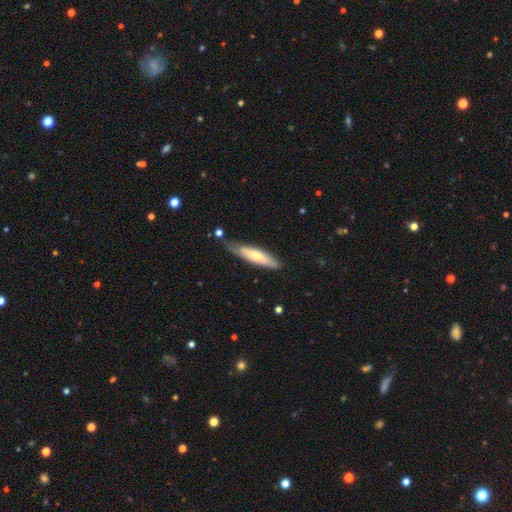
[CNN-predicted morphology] Smooth or featured? Predicted: smooth (p=0.54). How rounded? Predicted: cigar-shaped (p=0.71). Merging? Predicted: none (p=0.56).